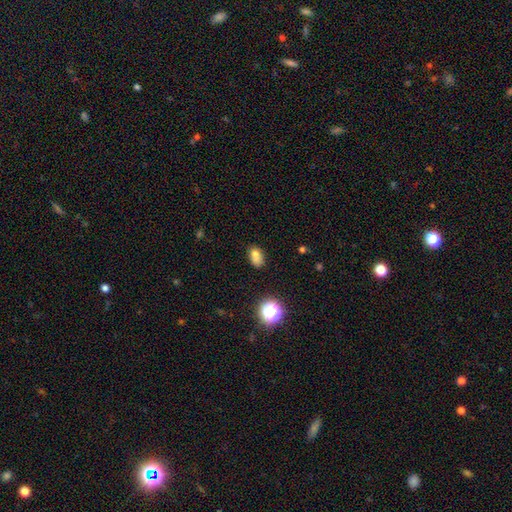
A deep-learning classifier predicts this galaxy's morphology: Smooth or featured?
  - smooth: 75% *
  - star or artifact: 15%
  - featured or disk: 10%
How rounded?
  - in between: 79% *
  - round: 19%
  - cigar-shaped: 2%
Merging?
  - none: 59% *
  - minor disturbance: 22%
  - merger: 12%
  - major disturbance: 7%